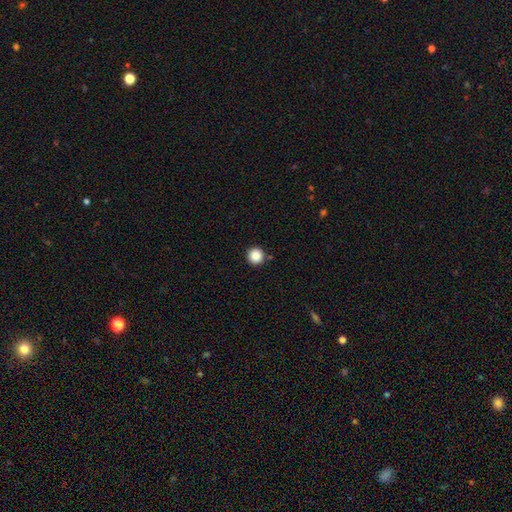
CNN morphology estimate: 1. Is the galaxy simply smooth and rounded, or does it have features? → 86% smooth, 10% star or artifact, 3% featured or disk.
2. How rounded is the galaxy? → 96% round, 3% in between, 1% cigar-shaped.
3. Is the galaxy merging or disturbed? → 91% none, 5% minor disturbance, 3% merger, 2% major disturbance.